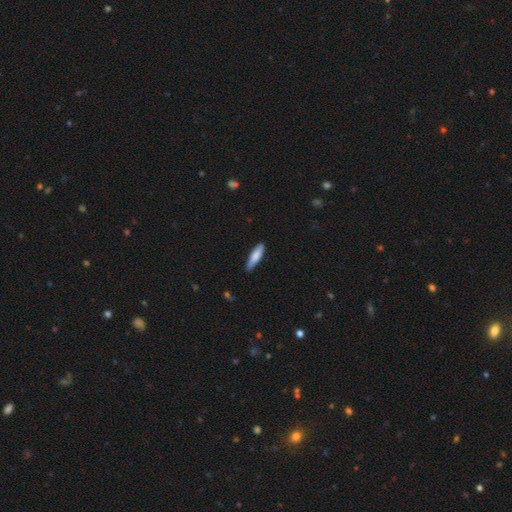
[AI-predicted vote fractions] Overall: smooth (80%). How rounded: cigar-shaped (68%; in between 30%). Merging: none (77%).